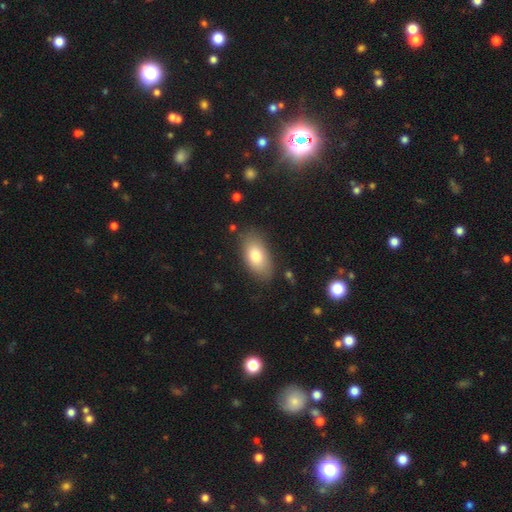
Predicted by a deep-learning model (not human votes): A smooth galaxy with no disk features (78%) that is in between round and cigar-shaped (92%). Merging: none (81%).